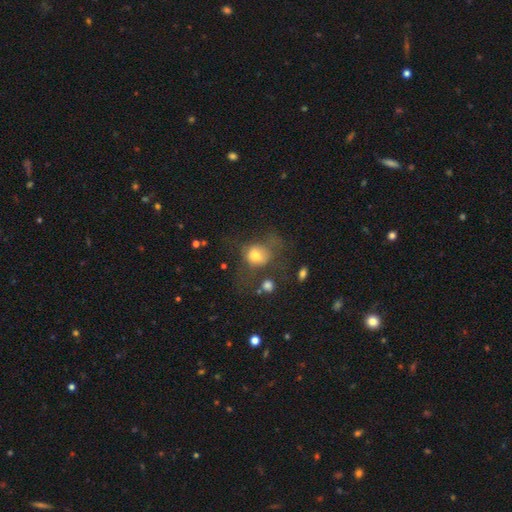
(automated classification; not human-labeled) This is likely a smooth galaxy (69%). How rounded: likely round (65%). Merging: marginally none (39%).